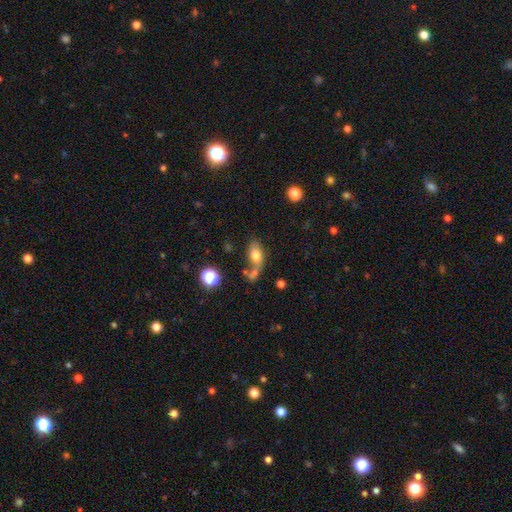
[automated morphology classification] Q: Smooth or featured?
A: smooth (70%); runner-up: featured or disk (19%)
Q: How rounded?
A: in between (80%); runner-up: round (11%)
Q: Merging?
A: none (44%); runner-up: merger (30%)